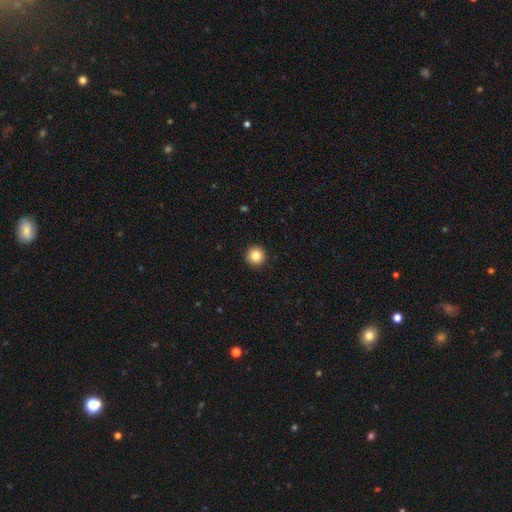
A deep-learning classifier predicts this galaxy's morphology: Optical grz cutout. It shows a smooth galaxy with no disk features (85%) that is round (96%). Merging: none (93%).